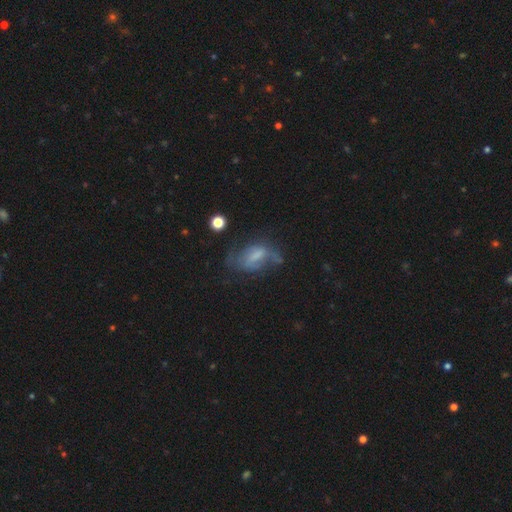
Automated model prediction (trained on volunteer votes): This is possibly a featured or disk galaxy (48%). Merging: marginally none (35%).